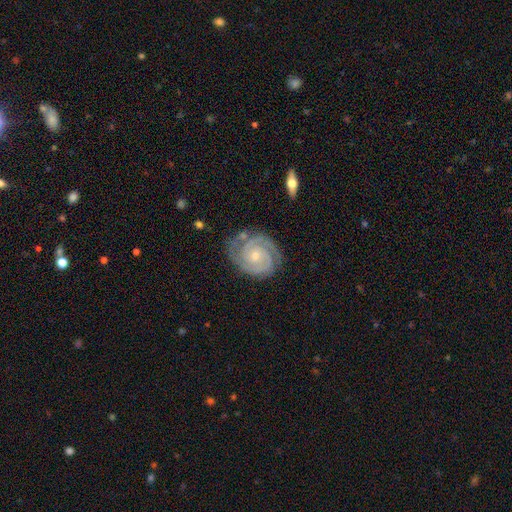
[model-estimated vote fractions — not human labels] The model was most divided on "bulge size": small: 65%, moderate: 30%, none: 3%, large: 1%, dominant: 1%. More confident: spiral arms — yes (98%); edge-on disk — no (98%); smooth or featured — featured or disk (91%); spiral winding — tight (79%); merging — none (78%); spiral arm count — 2 (73%); bar — no (70%).